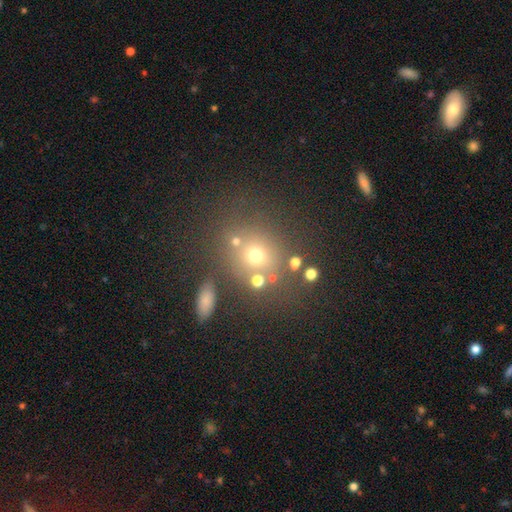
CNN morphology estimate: Smooth or featured? Predicted: smooth (p=0.64). How rounded? Predicted: round (p=0.79). Merging? Predicted: none (p=0.70).